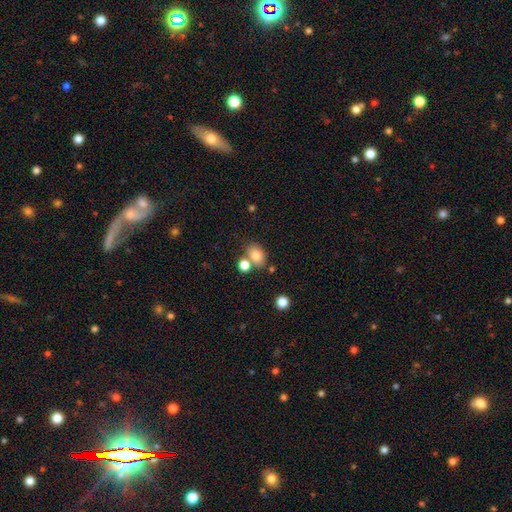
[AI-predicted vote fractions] This is likely a smooth galaxy (79%). How rounded: likely in between (69%). Merging: likely none (61%).